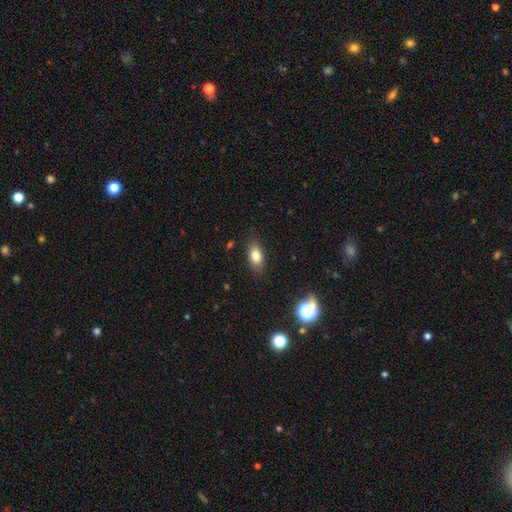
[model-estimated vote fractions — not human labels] Smooth or featured? smooth (81%)
How rounded? in between (85%)
Merging? none (85%)